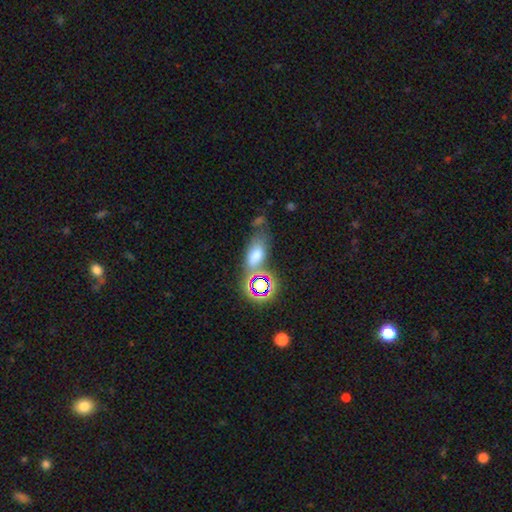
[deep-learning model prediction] smooth_or_featured: smooth (p=0.62) [alt: star or artifact p=0.23]
how_rounded: in between (p=0.79) [alt: round p=0.10]
merging: none (p=0.53) [alt: merger p=0.19]